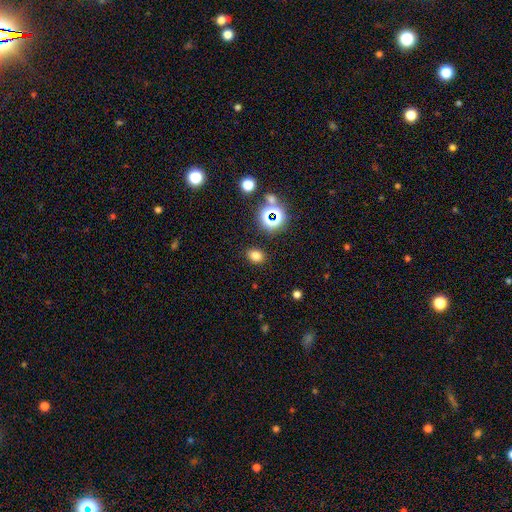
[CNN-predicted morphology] smooth 73%, star or artifact 20%, featured or disk 6%. Down the decision tree: how rounded — in between (55%); merging — none (86%).